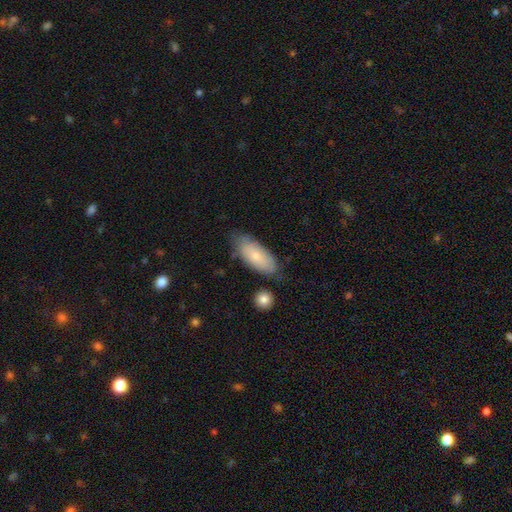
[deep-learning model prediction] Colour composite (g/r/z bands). It shows a smooth galaxy with no disk features (70%) that is in between round and cigar-shaped (82%). Merging: none (75%).